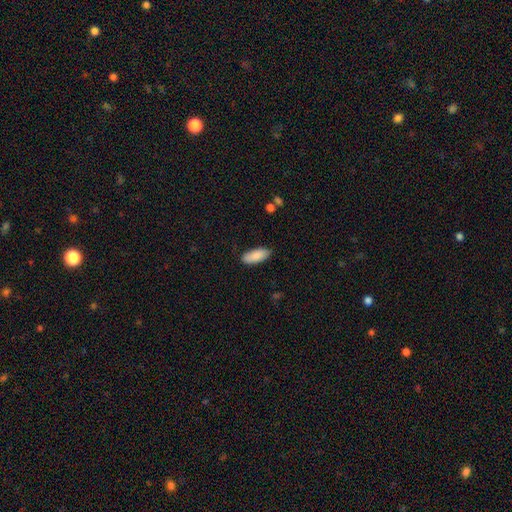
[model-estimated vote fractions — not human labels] Smooth or featured: smooth — 89% (star or artifact — 6%)
How rounded: in between — 83% (cigar-shaped — 16%)
Merging: none — 83% (minor disturbance — 13%)